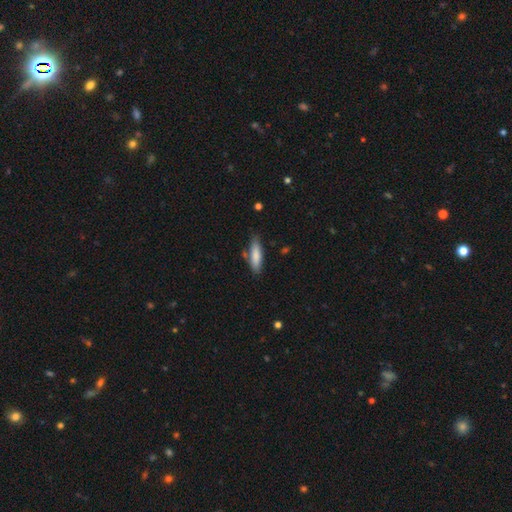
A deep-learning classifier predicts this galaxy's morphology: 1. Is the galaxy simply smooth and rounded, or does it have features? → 82% smooth, 12% featured or disk, 6% star or artifact.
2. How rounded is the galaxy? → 57% cigar-shaped, 42% in between, 2% round.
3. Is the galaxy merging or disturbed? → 76% none, 16% minor disturbance, 5% merger, 3% major disturbance.